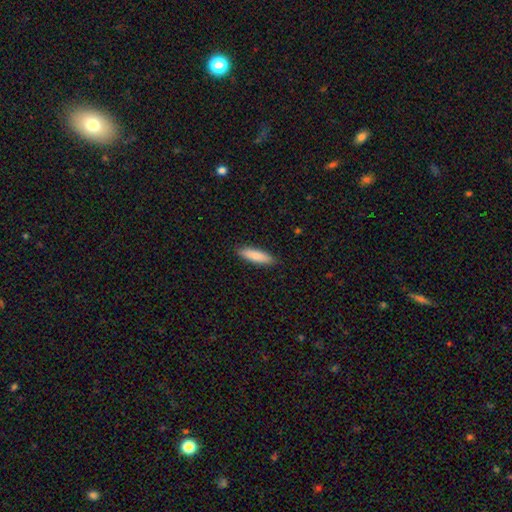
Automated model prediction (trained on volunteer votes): Q: Smooth or featured?
A: smooth (83%); runner-up: featured or disk (11%)
Q: How rounded?
A: cigar-shaped (63%); runner-up: in between (35%)
Q: Merging?
A: none (89%); runner-up: minor disturbance (8%)